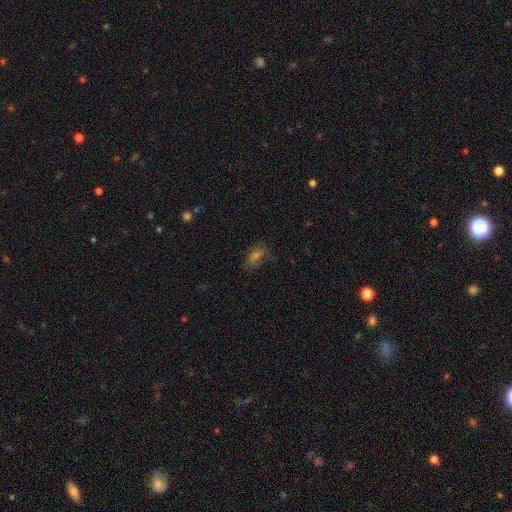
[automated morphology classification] This is possibly a smooth galaxy (50%). How rounded: likely in between (78%). Merging: likely none (62%).